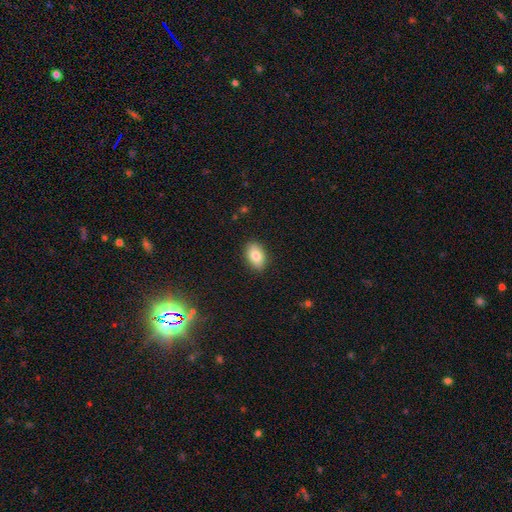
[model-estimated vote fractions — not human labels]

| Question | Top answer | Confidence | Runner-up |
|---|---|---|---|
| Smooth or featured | smooth | 82% | featured or disk (10%) |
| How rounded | in between | 87% | round (11%) |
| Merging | none | 88% | minor disturbance (9%) |